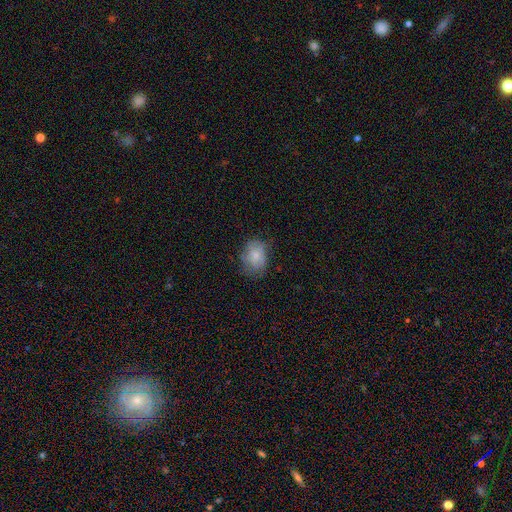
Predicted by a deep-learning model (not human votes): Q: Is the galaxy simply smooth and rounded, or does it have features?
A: smooth — 69%.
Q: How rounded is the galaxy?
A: in between — 59%.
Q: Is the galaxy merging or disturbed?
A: none — 55%.